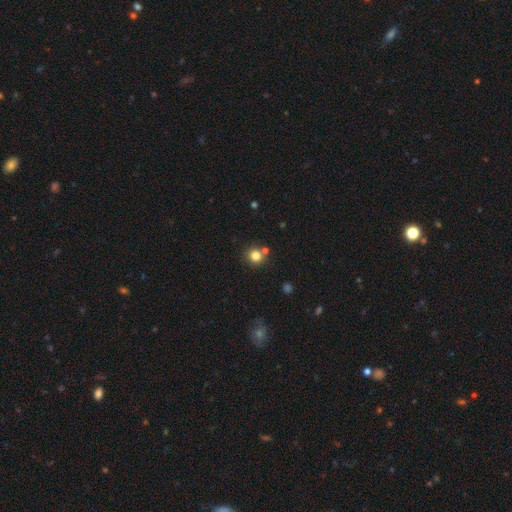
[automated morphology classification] This is clearly a smooth galaxy (81%). How rounded: clearly round (91%). Merging: likely none (74%).